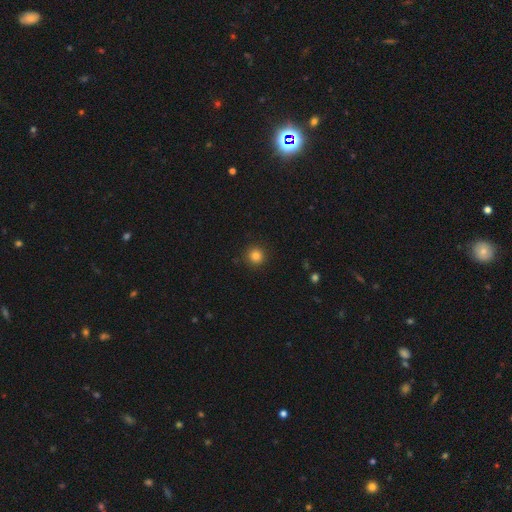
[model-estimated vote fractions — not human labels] Smooth or featured? smooth (82%)
How rounded? round (95%)
Merging? none (92%)